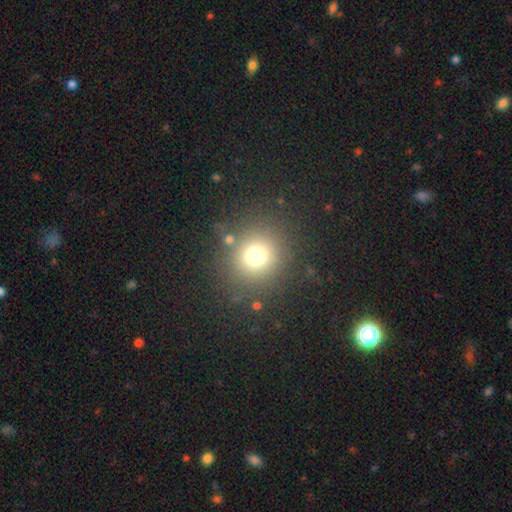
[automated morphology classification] type=smooth (72%); roundness=round (90%); merging=none (81%).